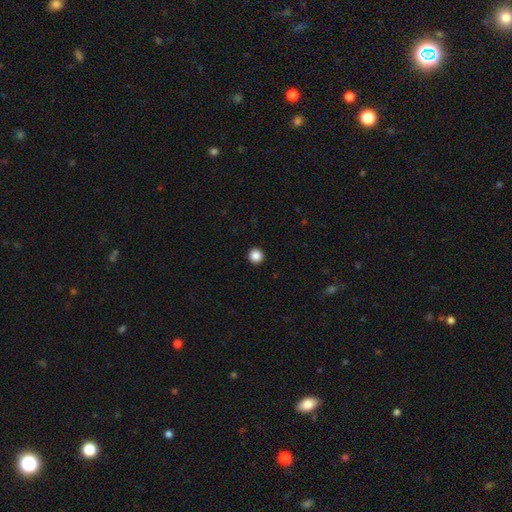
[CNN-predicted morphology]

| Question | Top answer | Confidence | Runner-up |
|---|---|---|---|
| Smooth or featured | smooth | 87% | star or artifact (10%) |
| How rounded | round | 96% | in between (3%) |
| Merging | none | 95% | minor disturbance (3%) |